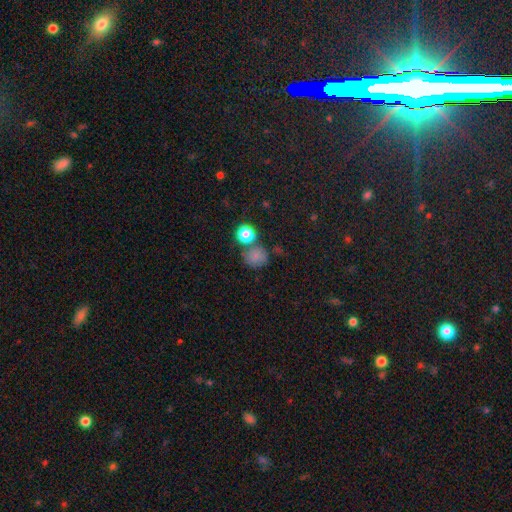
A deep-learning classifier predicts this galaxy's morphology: Smooth or featured? Predicted: smooth (p=0.75). How rounded? Predicted: round (p=0.84). Merging? Predicted: none (p=0.62).